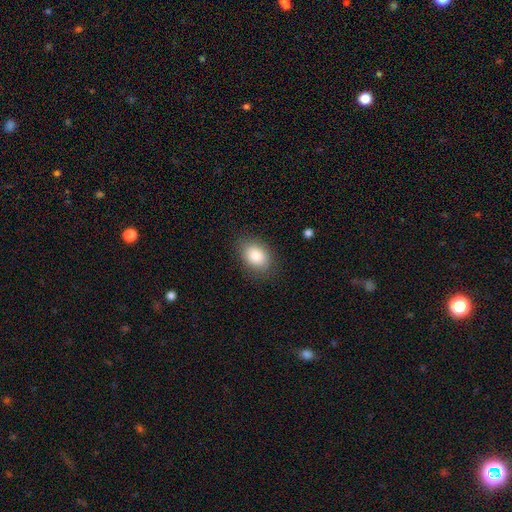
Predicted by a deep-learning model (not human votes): Morphology: type=smooth (85%); roundness=in between (80%); merging=none (83%).